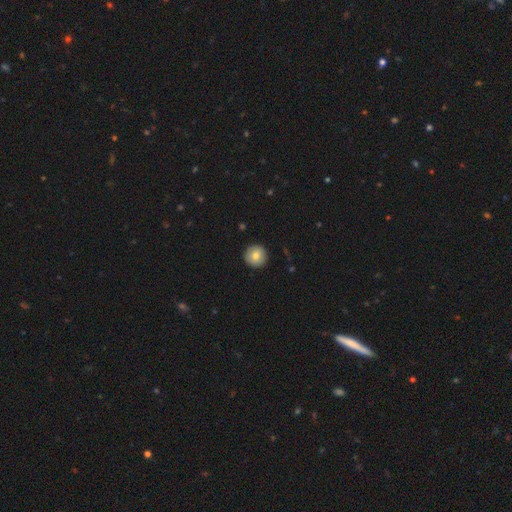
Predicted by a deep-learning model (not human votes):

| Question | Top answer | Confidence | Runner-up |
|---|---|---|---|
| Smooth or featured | smooth | 79% | featured or disk (13%) |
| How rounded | round | 96% | in between (3%) |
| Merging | none | 92% | minor disturbance (5%) |